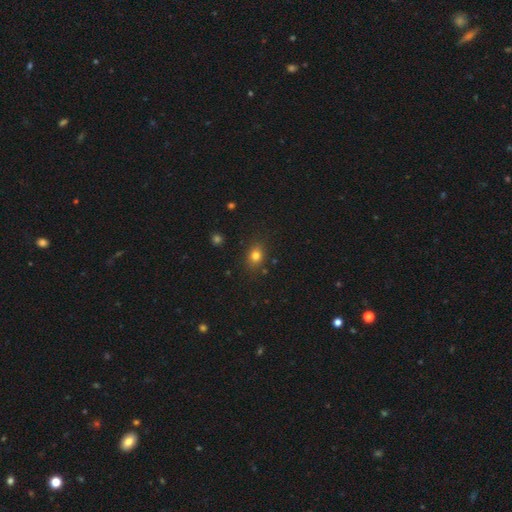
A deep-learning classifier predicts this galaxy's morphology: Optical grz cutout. It shows a smooth galaxy with no disk features (79%) that is in between round and cigar-shaped (57%). Merging: none (82%).